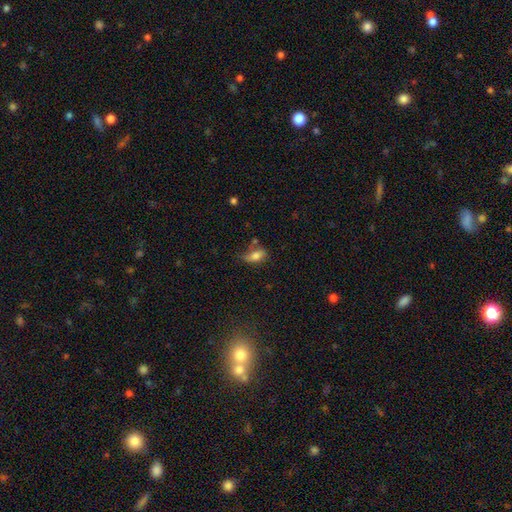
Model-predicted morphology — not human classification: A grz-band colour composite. It shows a smooth galaxy with no disk features (74%) that is in between round and cigar-shaped (86%). Merging: none (49%).